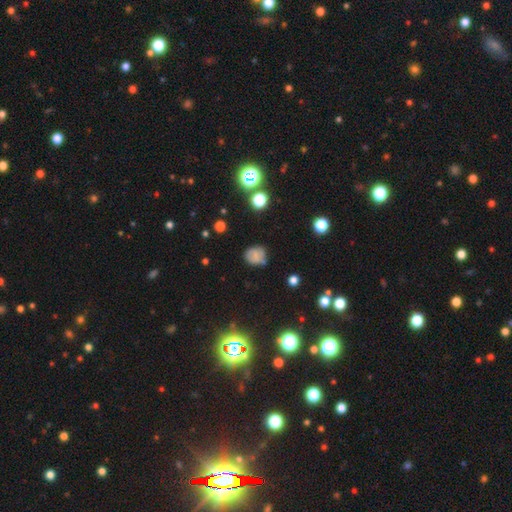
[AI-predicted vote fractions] Smooth or featured? Predicted: smooth (p=0.66). How rounded? Predicted: round (p=0.68). Merging? Predicted: none (p=0.67).